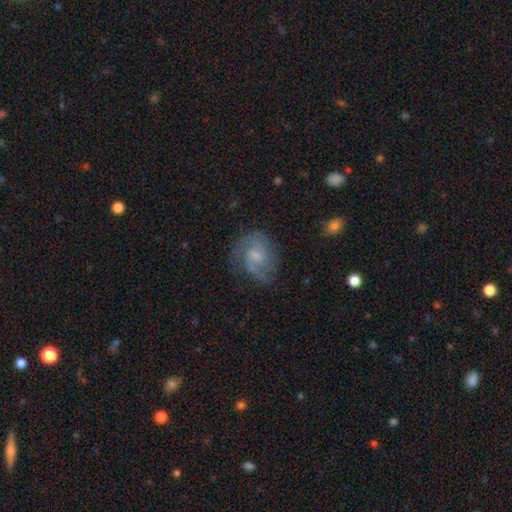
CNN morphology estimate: A featured or disk galaxy (74%) with a weak bar (48%), 2 (60%) medium (49%) spiral arms (92%) and a small central bulge (49%). Merging: none (66%).